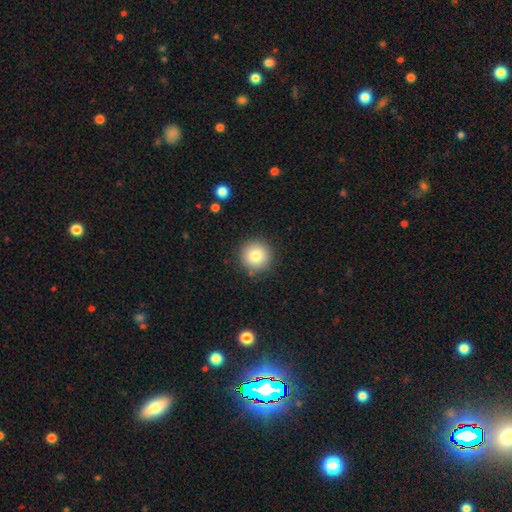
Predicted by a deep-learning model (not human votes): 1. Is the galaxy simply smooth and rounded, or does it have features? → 81% smooth, 10% star or artifact, 9% featured or disk.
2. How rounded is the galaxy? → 95% round, 4% in between, 1% cigar-shaped.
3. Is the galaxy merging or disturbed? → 89% none, 7% minor disturbance, 2% major disturbance, 2% merger.